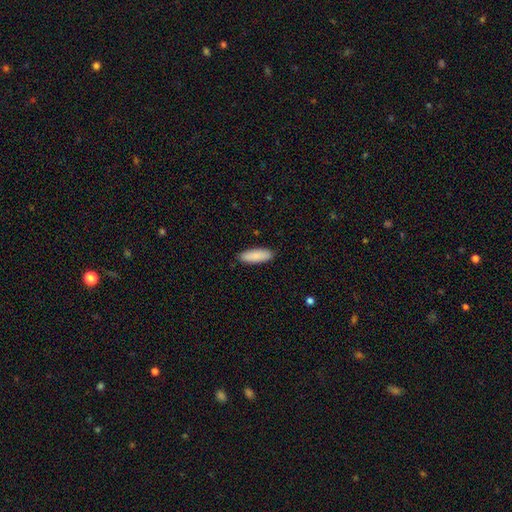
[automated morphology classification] This is clearly a smooth galaxy (89%). How rounded: likely in between (61%). Merging: clearly none (89%).